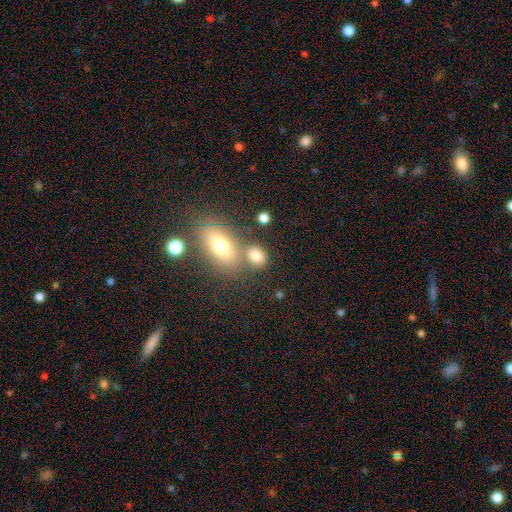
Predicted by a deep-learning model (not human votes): The model was most divided on "how rounded": in between: 54%, round: 44%, cigar-shaped: 2%. More confident: smooth or featured — smooth (78%); merging — none (58%).